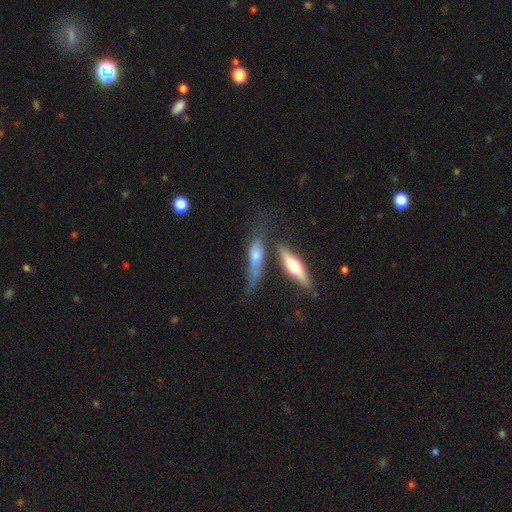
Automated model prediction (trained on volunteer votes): Q: Smooth or featured?
A: featured or disk (49%); runner-up: smooth (43%)
Q: Merging?
A: none (39%); runner-up: merger (24%)